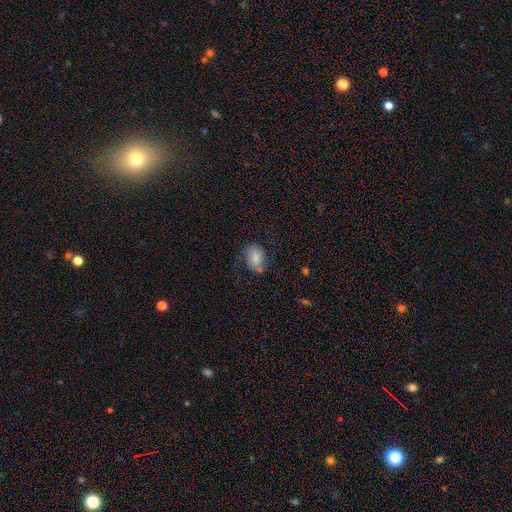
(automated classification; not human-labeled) This is likely a smooth galaxy (60%). How rounded: likely in between (64%). Merging: likely none (62%).